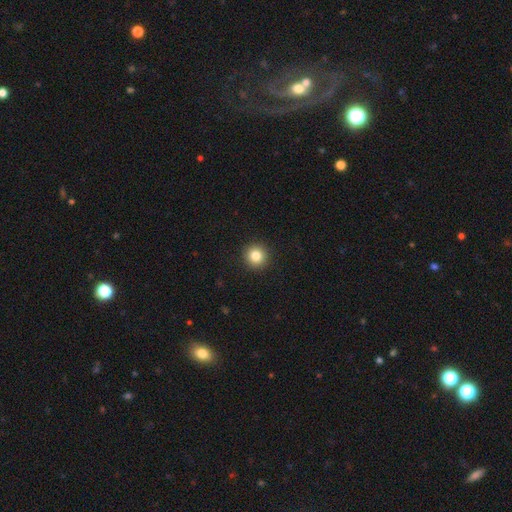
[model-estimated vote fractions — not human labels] Q: Smooth or featured?
A: smooth (83%); runner-up: star or artifact (11%)
Q: How rounded?
A: round (94%); runner-up: in between (5%)
Q: Merging?
A: none (93%); runner-up: minor disturbance (4%)